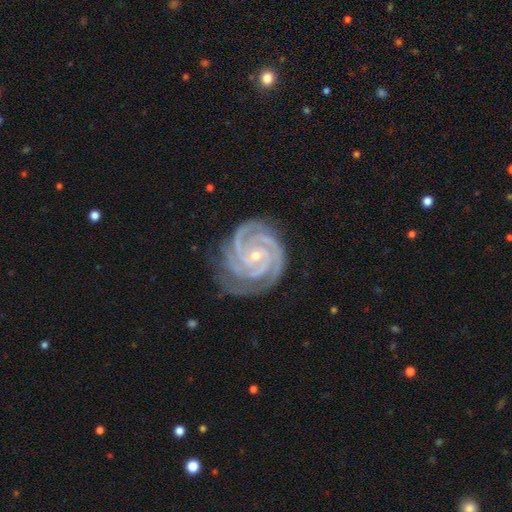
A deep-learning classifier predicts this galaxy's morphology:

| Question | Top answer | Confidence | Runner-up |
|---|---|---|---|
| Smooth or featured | featured or disk | 94% | star or artifact (4%) |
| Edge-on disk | no | 98% | yes (2%) |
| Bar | no | 64% | weak (23%) |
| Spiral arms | yes | 99% | no (1%) |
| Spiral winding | tight | 81% | medium (17%) |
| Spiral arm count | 3 | 50% | 4 (22%) |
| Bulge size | small | 73% | moderate (24%) |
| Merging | none | 78% | minor disturbance (17%) |